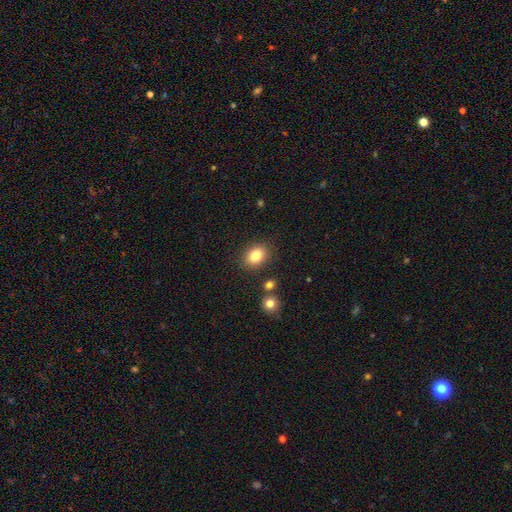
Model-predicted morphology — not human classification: smooth-or-featured: smooth: 84% | star or artifact: 9% | featured or disk: 7%
  how-rounded: in between: 62% | round: 37% | cigar-shaped: 1%
  merging: none: 84% | minor disturbance: 10% | merger: 4% | major disturbance: 3%